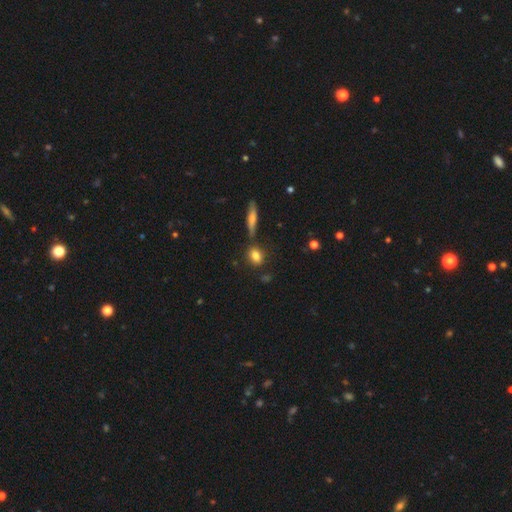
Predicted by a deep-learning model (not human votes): Q: Smooth or featured?
A: smooth (81%); runner-up: star or artifact (10%)
Q: How rounded?
A: in between (61%); runner-up: round (31%)
Q: Merging?
A: none (73%); runner-up: minor disturbance (13%)